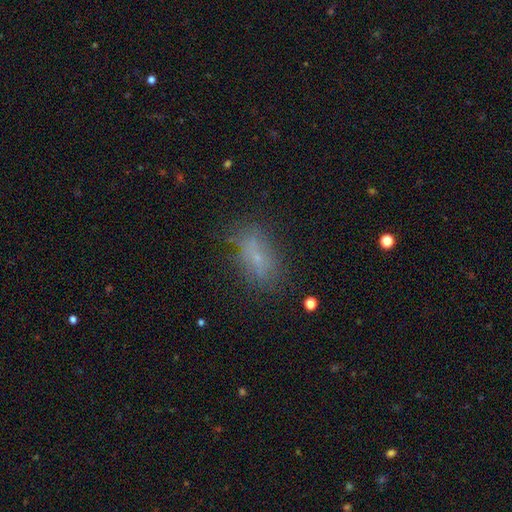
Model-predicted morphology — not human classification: Overall: smooth (61%; featured or disk 21%). How rounded: in between (76%). Merging: none (67%).